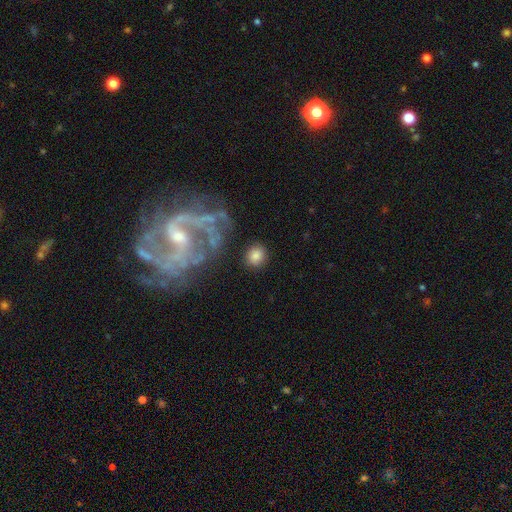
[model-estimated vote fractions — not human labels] Overall: smooth (78%). How rounded: round (81%). Merging: none (80%).